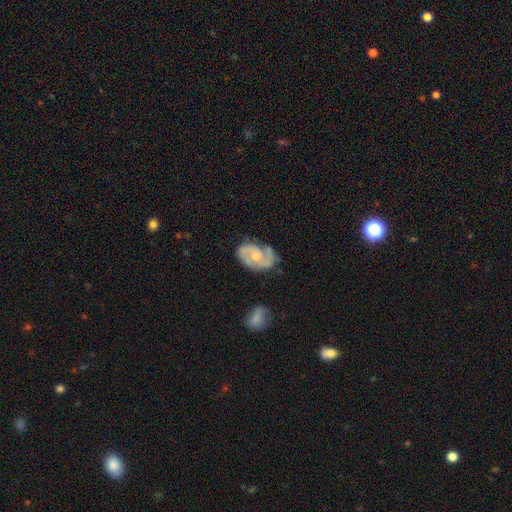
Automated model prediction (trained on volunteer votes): A featured or disk galaxy (79%) with no bar (64%), 2 (79%) medium (47%) spiral arms (93%) and a moderate central bulge (49%). Merging: none (64%).